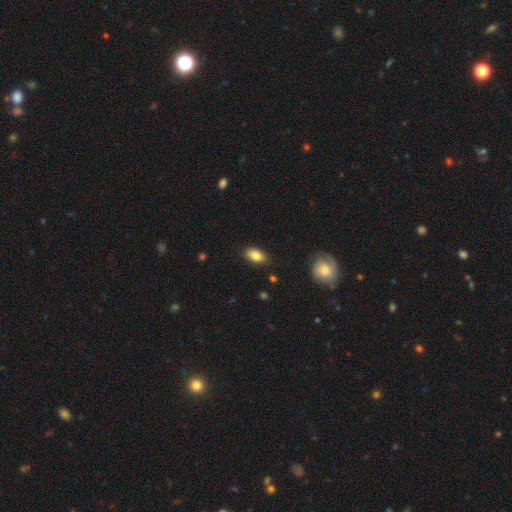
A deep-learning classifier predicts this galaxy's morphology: smooth 83%, featured or disk 9%, star or artifact 8%. Down the decision tree: how rounded — in between (91%); merging — none (84%).